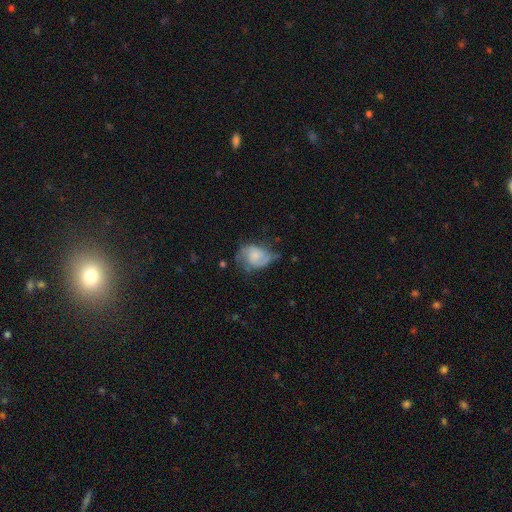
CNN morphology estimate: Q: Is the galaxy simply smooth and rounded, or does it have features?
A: featured or disk — 49%.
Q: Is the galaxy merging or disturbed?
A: none — 42%.